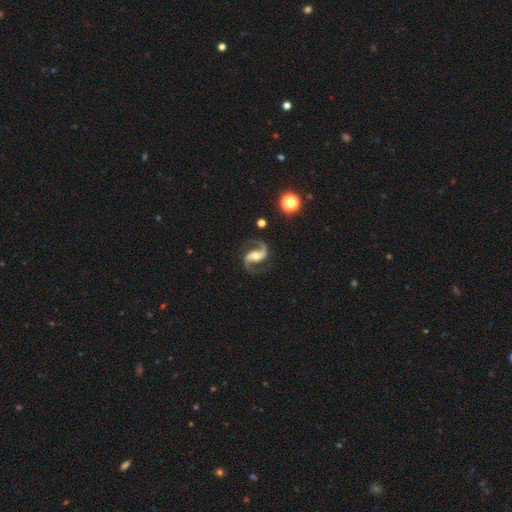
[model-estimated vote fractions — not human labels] Smooth or featured?
  - featured or disk: 93% *
  - star or artifact: 4%
  - smooth: 3%
Edge-on disk?
  - no: 98% *
  - yes: 2%
Bar?
  - strong: 38% *
  - weak: 35%
  - no: 27%
Spiral arms?
  - yes: 98% *
  - no: 2%
Spiral winding?
  - medium: 55% *
  - loose: 36%
  - tight: 9%
Spiral arm count?
  - 2: 94% *
  - 1: 2%
  - can't tell: 1%
  - 3: 1%
  - 4: 1%
  - more than 4: 1%
Bulge size?
  - moderate: 63% *
  - small: 23%
  - large: 10%
  - none: 3%
  - dominant: 1%
Merging?
  - none: 83% *
  - minor disturbance: 11%
  - major disturbance: 5%
  - merger: 1%